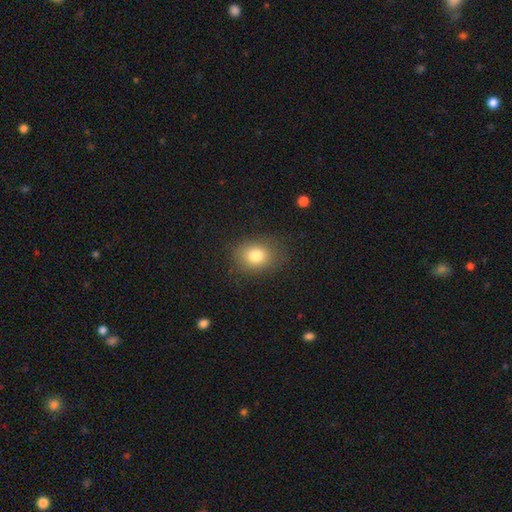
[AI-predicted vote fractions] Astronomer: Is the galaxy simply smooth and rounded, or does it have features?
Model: smooth — 80%.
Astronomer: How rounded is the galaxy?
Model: in between — 52% (runner-up: round, 47%).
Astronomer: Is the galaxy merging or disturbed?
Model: none — 81%.